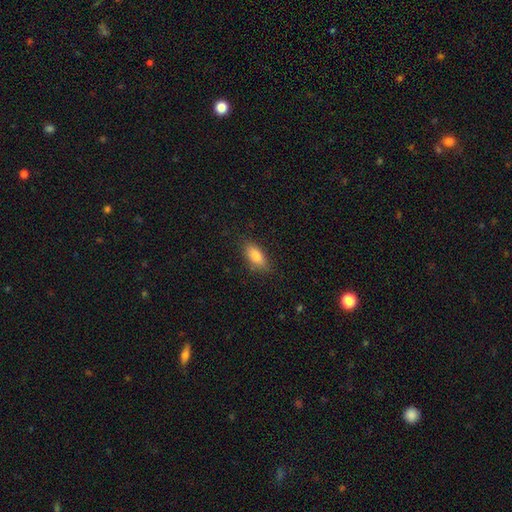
Q: Smooth or featured?
A: smooth (84%); runner-up: featured or disk (11%)
Q: How rounded?
A: in between (87%); runner-up: cigar-shaped (10%)
Q: Merging?
A: none (80%); runner-up: minor disturbance (20%)